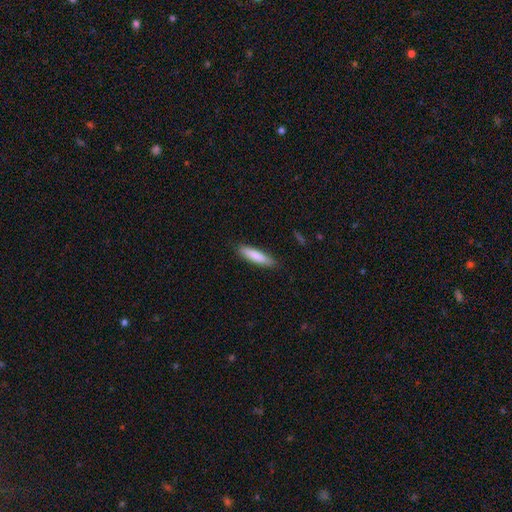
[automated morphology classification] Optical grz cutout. It shows a smooth galaxy with no disk features (83%) that is cigar-shaped (78%). Merging: none (87%).